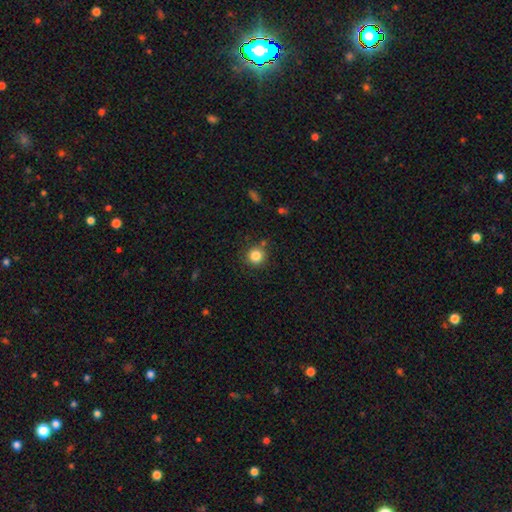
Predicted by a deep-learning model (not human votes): Q: Smooth or featured?
A: smooth (84%); runner-up: star or artifact (11%)
Q: How rounded?
A: round (93%); runner-up: in between (6%)
Q: Merging?
A: none (83%); runner-up: minor disturbance (10%)